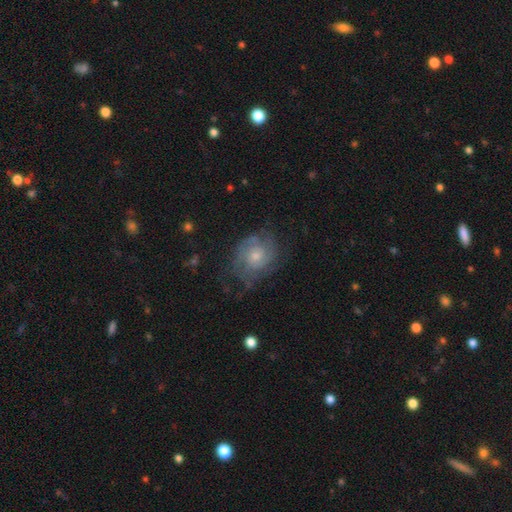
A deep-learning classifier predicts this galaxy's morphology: This appears to be a featured or disk galaxy (69%) with no bar (76%), tight (56%) spiral arms (87%) and a small central bulge (49%). Merging: none (65%).